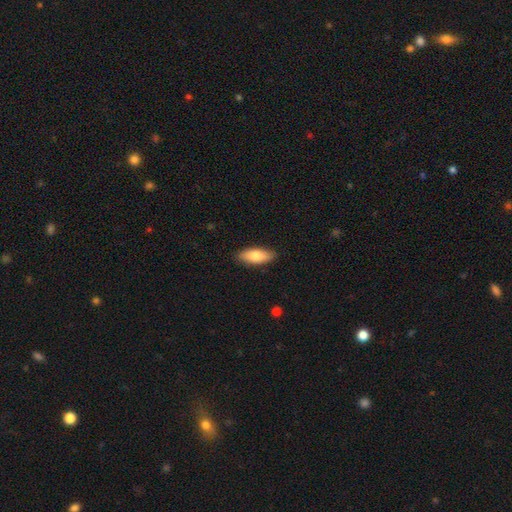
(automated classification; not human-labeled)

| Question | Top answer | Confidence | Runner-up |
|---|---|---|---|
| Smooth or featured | smooth | 79% | featured or disk (15%) |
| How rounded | in between | 78% | cigar-shaped (19%) |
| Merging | none | 87% | minor disturbance (10%) |